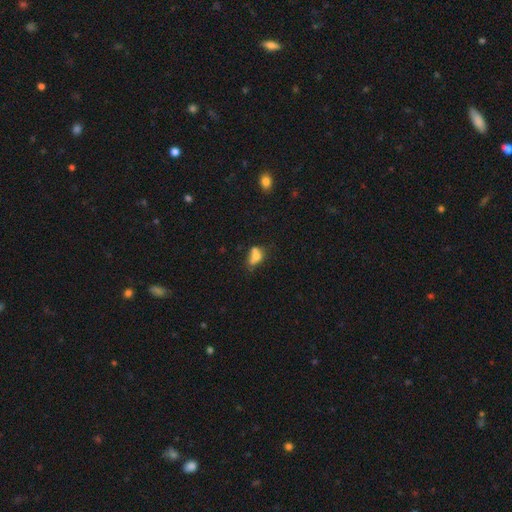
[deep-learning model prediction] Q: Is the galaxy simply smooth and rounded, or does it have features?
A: smooth — 64%.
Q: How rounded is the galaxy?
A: in between — 60%.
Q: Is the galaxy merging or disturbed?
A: merger — 48%.